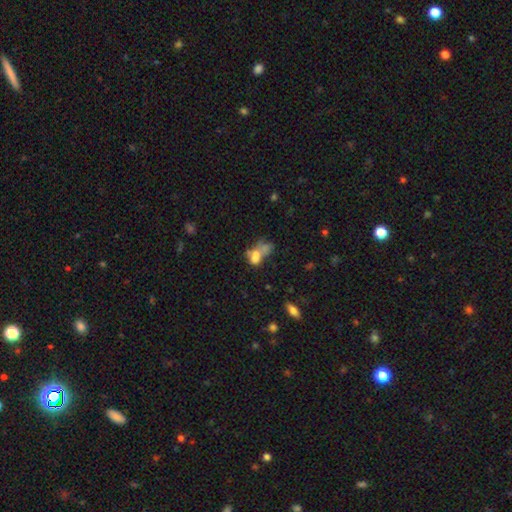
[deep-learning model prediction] A smooth galaxy with no disk features (57%) that is in between round and cigar-shaped (72%).

Vote fractions:
- Smooth or featured? smooth: 57% / featured or disk: 28% / star or artifact: 15%
- How rounded? in between: 72% / round: 24% / cigar-shaped: 5%
- Merging? merger: 55% / none: 19% / major disturbance: 15% / minor disturbance: 11%